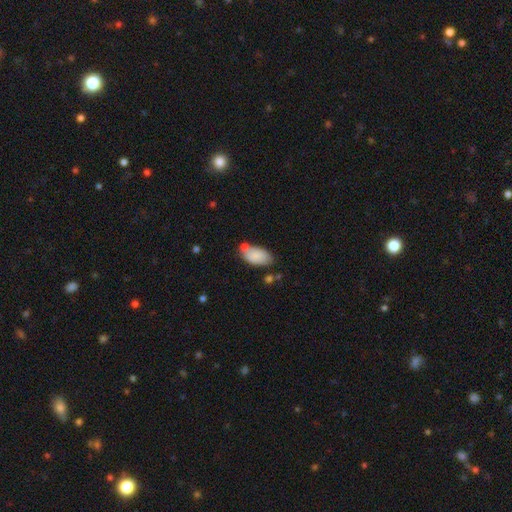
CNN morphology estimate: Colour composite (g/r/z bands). It shows a smooth galaxy with no disk features (85%) that is in between round and cigar-shaped (94%). Merging: none (59%).